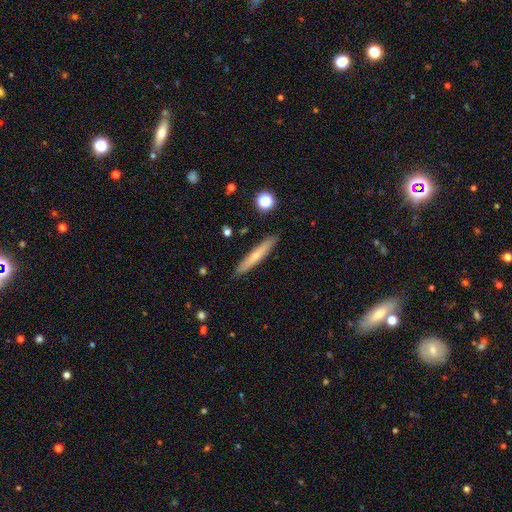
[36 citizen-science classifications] Morphology: type=featured or disk (53%); edge-on=yes (95%); edge-on bulge=none (56%); merging=none (91%).